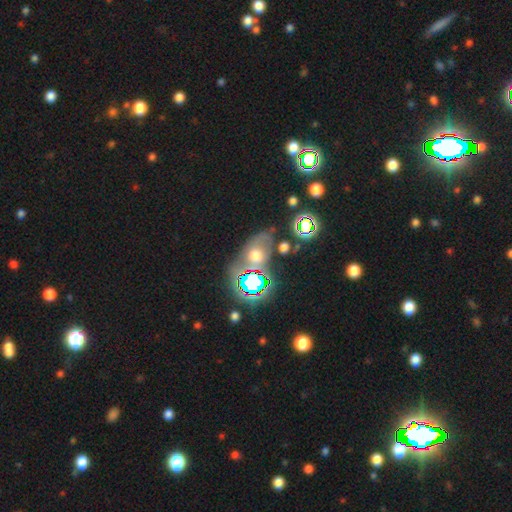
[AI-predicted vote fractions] Smooth or featured? smooth (44%)
Merging? none (60%)